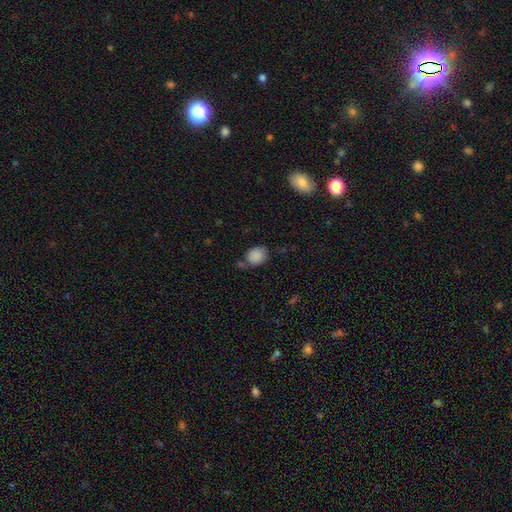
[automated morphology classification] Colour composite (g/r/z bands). It shows a smooth galaxy with no disk features (88%) that is round (61%). Merging: none (66%).